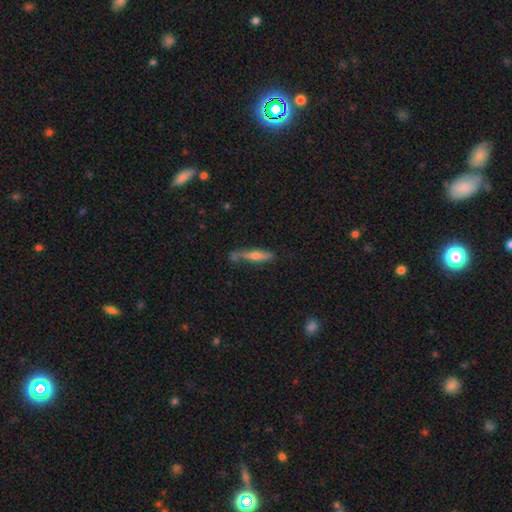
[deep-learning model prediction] smooth_or_featured: featured or disk (p=0.52) [alt: smooth p=0.40]
disk_edge_on: yes (p=0.91) [alt: no p=0.09]
merging: none (p=0.70) [alt: minor disturbance p=0.19]